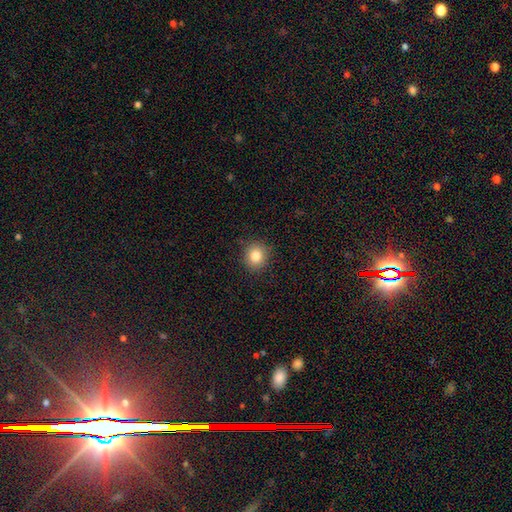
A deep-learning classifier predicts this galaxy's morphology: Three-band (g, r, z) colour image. It shows a smooth galaxy with no disk features (83%) that is round (85%). Merging: none (89%).